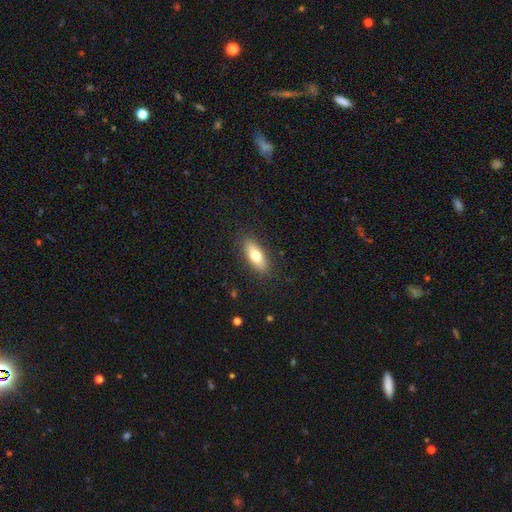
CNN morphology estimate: Smooth or featured? Predicted: smooth (p=0.72). How rounded? Predicted: in between (p=0.72). Merging? Predicted: none (p=0.87).